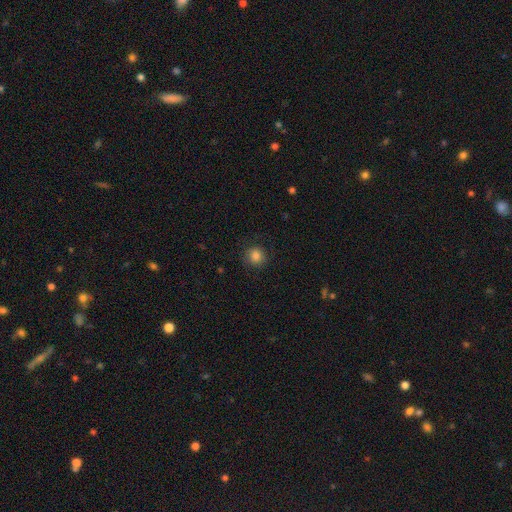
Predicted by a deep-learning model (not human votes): A smooth galaxy with no disk features (84%) that is round (91%).

Vote fractions:
- Smooth or featured? smooth: 84% / star or artifact: 12% / featured or disk: 5%
- How rounded? round: 91% / in between: 8% / cigar-shaped: 1%
- Merging? none: 87% / minor disturbance: 9% / major disturbance: 3% / merger: 1%